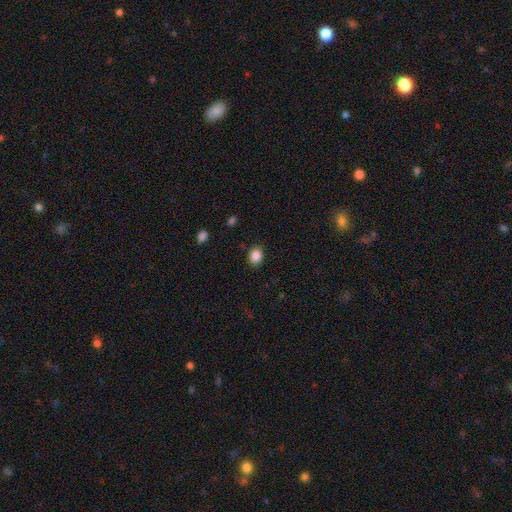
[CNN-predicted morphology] A smooth galaxy with no disk features (87%) that is in between round and cigar-shaped (57%). Merging: none (86%).